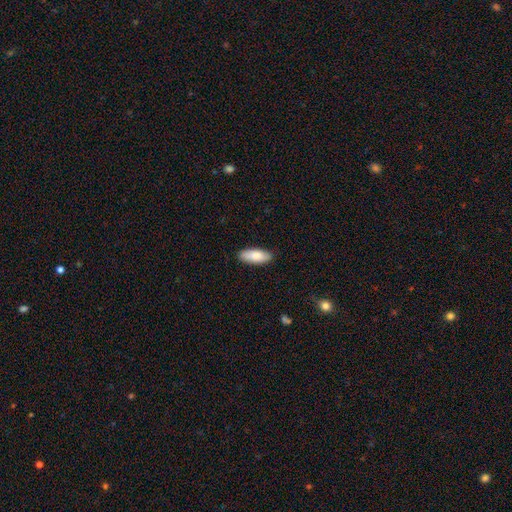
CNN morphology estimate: This is clearly a smooth galaxy (84%). How rounded: likely in between (74%). Merging: clearly none (88%).